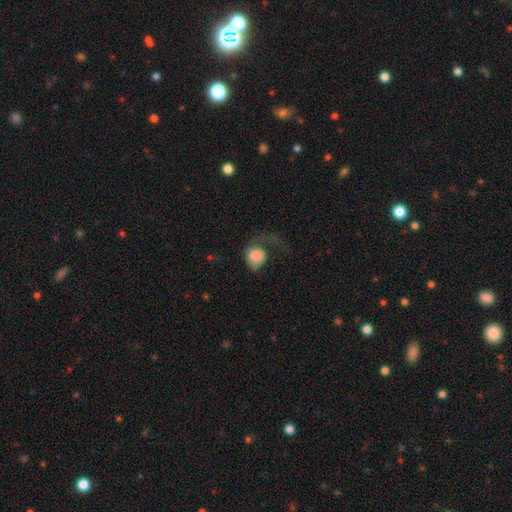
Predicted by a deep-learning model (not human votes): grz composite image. It shows a smooth galaxy with no disk features (66%) that is round (61%). Merging: major disturbance (61%).